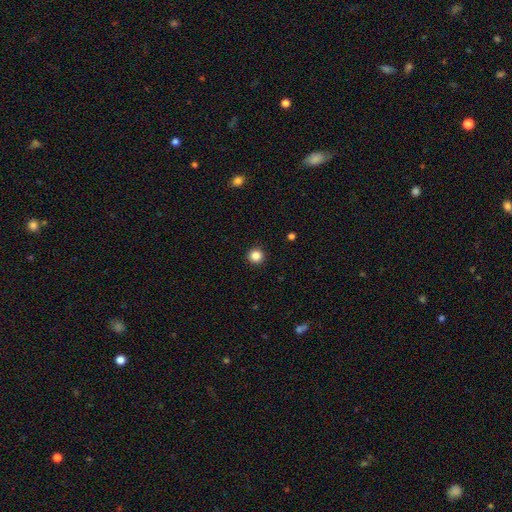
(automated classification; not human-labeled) smooth 86%, star or artifact 11%, featured or disk 3%. Down the decision tree: how rounded — round (96%); merging — none (93%).